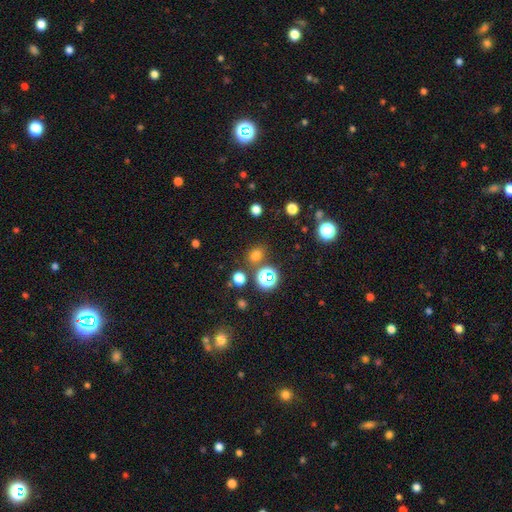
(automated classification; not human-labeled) A smooth galaxy with no disk features (68%) that is round (59%). Merging: none (76%).